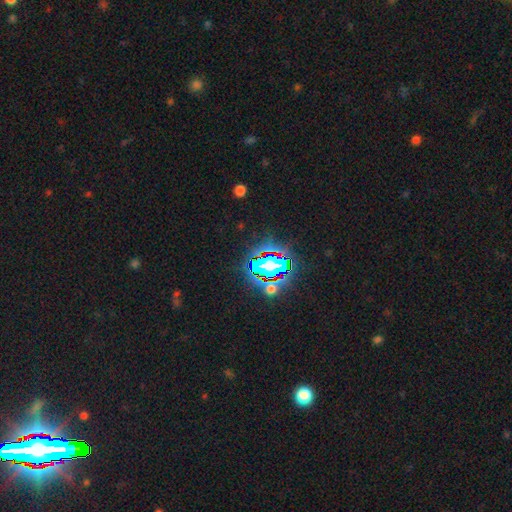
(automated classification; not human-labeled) A star or artifact, not a galaxy (83%).

Vote fractions:
- Smooth or featured? star or artifact: 83% / smooth: 10% / featured or disk: 7%